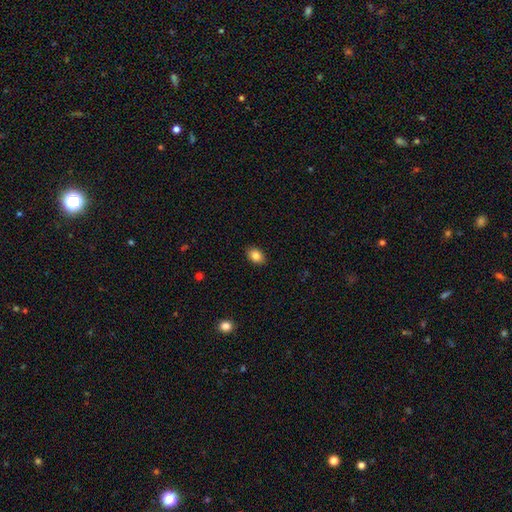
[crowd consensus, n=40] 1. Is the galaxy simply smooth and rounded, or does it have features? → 92% smooth, 5% featured or disk, 2% star or artifact.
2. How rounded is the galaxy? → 65% in between, 35% round, 0% cigar-shaped.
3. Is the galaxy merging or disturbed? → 95% none, 5% minor disturbance, 0% major disturbance, 0% merger.